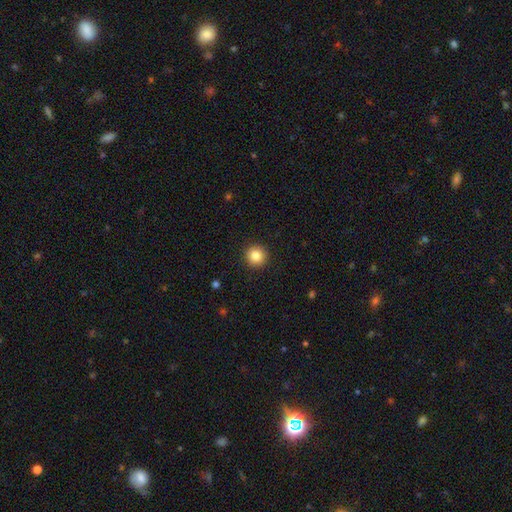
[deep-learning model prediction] Morphology: type=smooth (85%); roundness=round (95%); merging=none (93%).